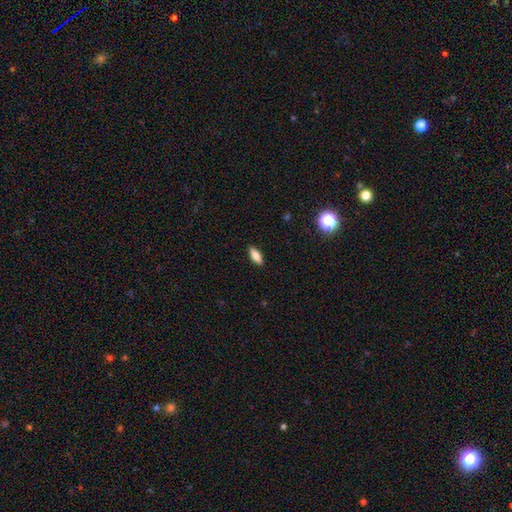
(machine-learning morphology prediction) Overall: smooth (77%). How rounded: in between (72%). Merging: none (89%).